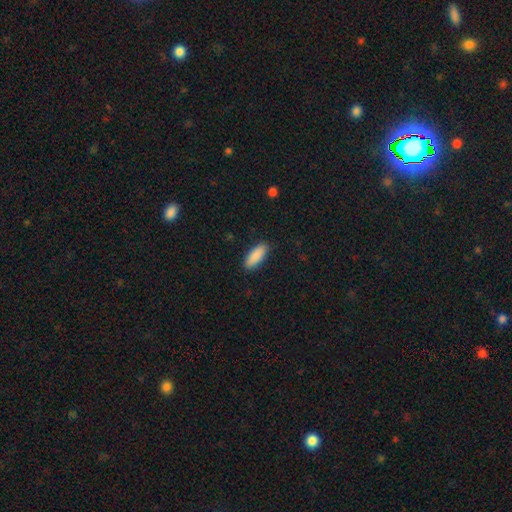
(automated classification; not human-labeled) This is clearly a smooth galaxy (89%). How rounded: likely in between (68%). Merging: clearly none (89%).